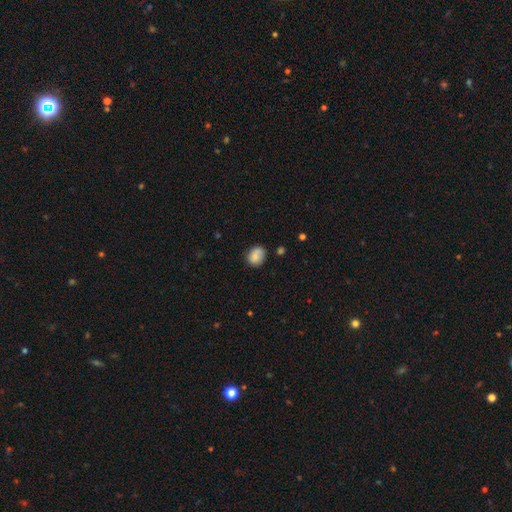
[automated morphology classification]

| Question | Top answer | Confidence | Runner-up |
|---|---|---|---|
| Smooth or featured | smooth | 76% | featured or disk (15%) |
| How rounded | round | 57% | in between (42%) |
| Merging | none | 66% | minor disturbance (24%) |